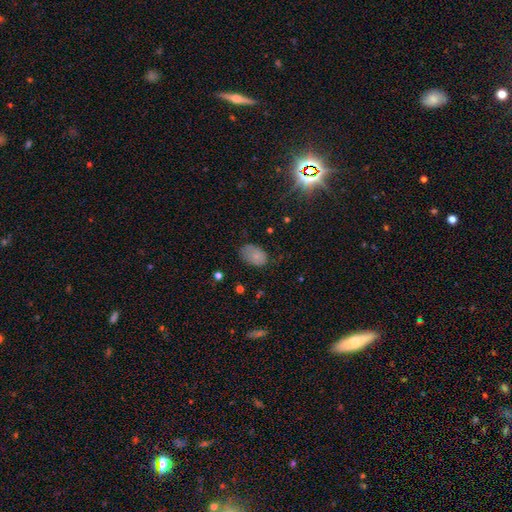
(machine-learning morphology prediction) Smooth or featured: smooth — 78% (featured or disk — 12%)
How rounded: in between — 89% (round — 10%)
Merging: none — 64% (minor disturbance — 27%)